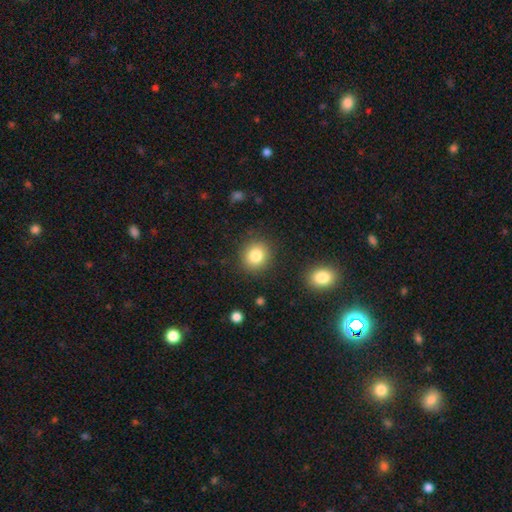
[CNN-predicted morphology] type=smooth (82%); roundness=round (86%); merging=none (88%).